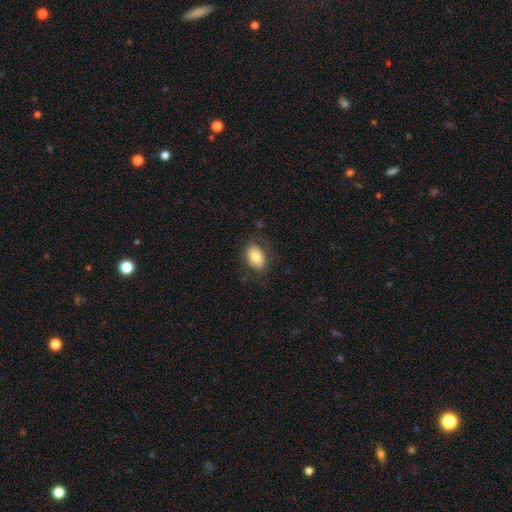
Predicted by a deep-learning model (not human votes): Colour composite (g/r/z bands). It shows a smooth galaxy with no disk features (78%) that is in between round and cigar-shaped (82%). Merging: none (77%).